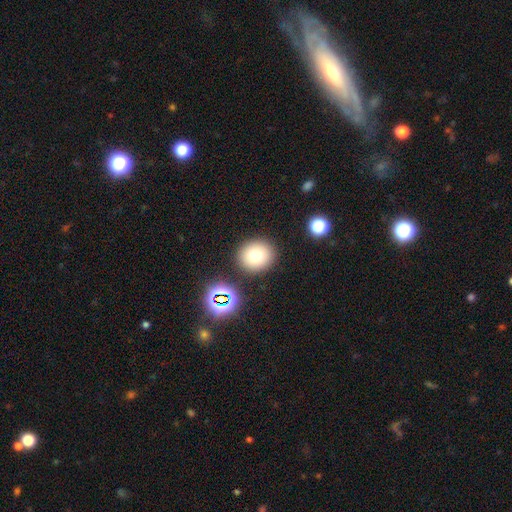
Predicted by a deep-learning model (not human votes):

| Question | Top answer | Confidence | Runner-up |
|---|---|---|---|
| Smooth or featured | smooth | 75% | star or artifact (14%) |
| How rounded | round | 82% | in between (17%) |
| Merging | none | 86% | minor disturbance (8%) |